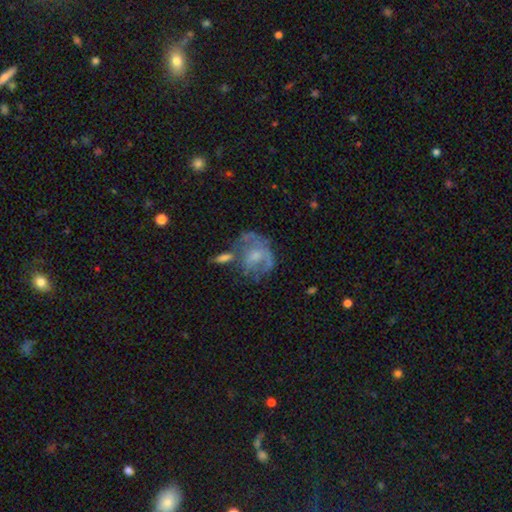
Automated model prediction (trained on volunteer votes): This appears to be a featured or disk galaxy (59%) with no bar (68%), spiral arms (51%) and a small central bulge (41%). Merging: none (37%).